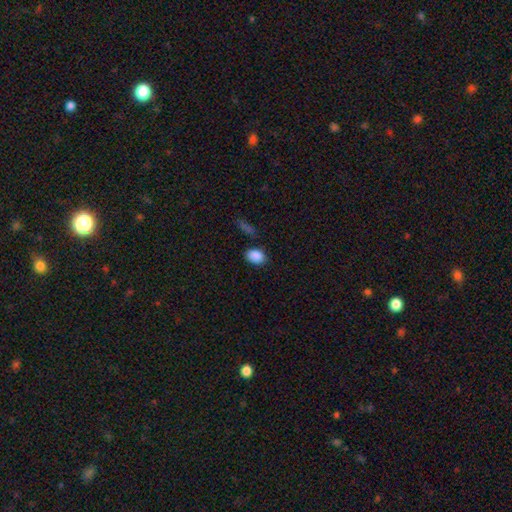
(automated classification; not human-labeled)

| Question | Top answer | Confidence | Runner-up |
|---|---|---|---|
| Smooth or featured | smooth | 88% | star or artifact (8%) |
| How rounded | in between | 77% | round (22%) |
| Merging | none | 82% | minor disturbance (12%) |